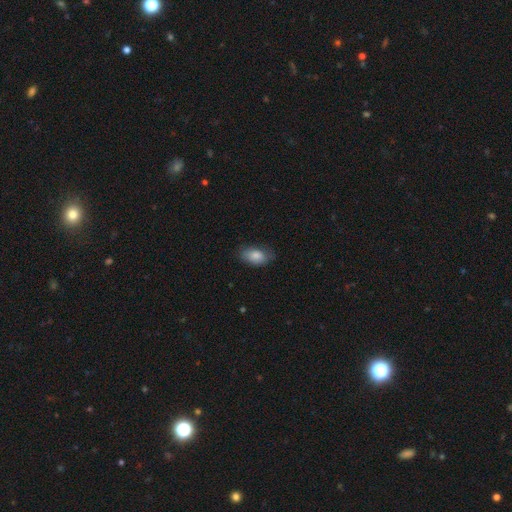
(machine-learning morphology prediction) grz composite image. It shows a smooth galaxy with no disk features (84%) that is in between round and cigar-shaped (92%). Merging: none (74%).